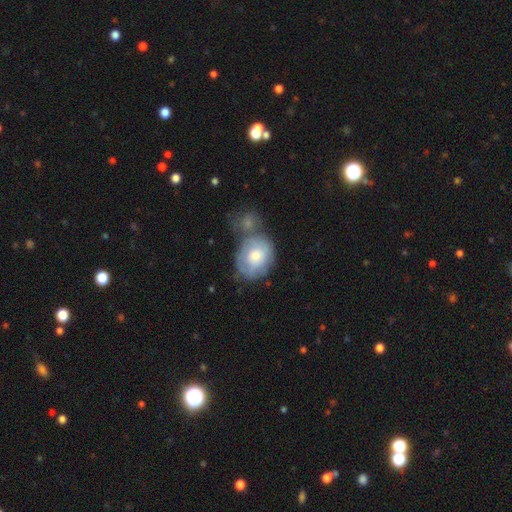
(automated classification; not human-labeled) smooth-or-featured: smooth: 60% | featured or disk: 34% | star or artifact: 6%
  how-rounded: round: 53% | in between: 46% | cigar-shaped: 1%
  merging: merger: 37% | none: 33% | minor disturbance: 19% | major disturbance: 11%